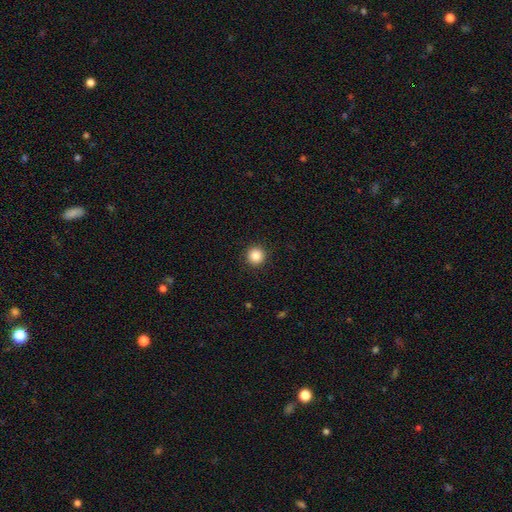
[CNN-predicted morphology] type=smooth (86%); roundness=round (95%); merging=none (92%).